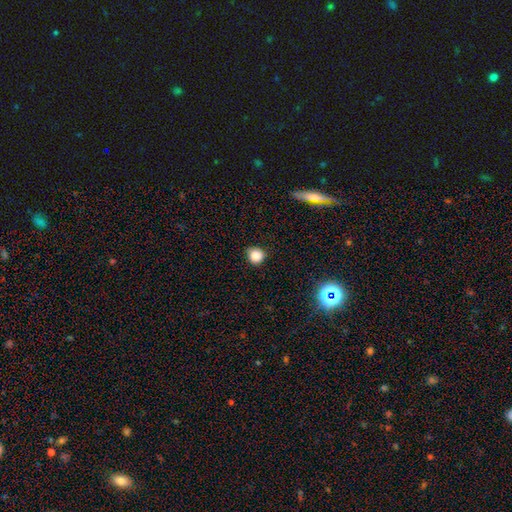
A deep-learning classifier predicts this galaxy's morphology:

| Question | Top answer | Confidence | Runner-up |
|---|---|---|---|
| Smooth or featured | smooth | 84% | star or artifact (12%) |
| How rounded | round | 88% | in between (11%) |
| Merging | none | 84% | minor disturbance (12%) |